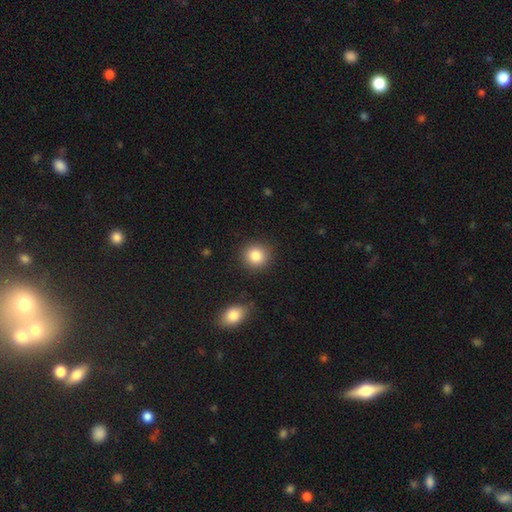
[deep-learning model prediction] Smooth or featured: smooth — 84% (star or artifact — 10%)
How rounded: round — 89% (in between — 11%)
Merging: none — 88% (minor disturbance — 7%)